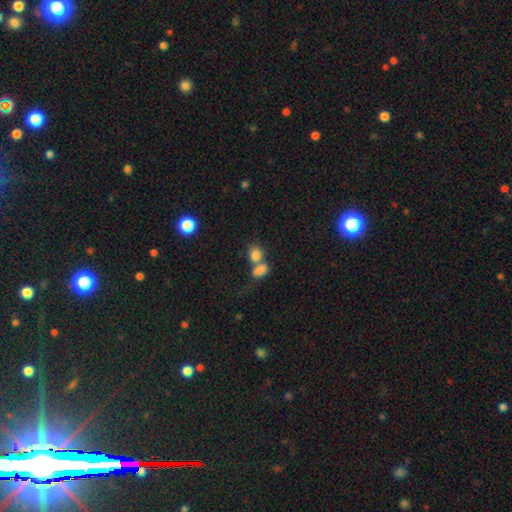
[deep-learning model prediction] Overall: smooth (81%). How rounded: in between (53%; round 45%). Merging: merger (57%; none 29%).